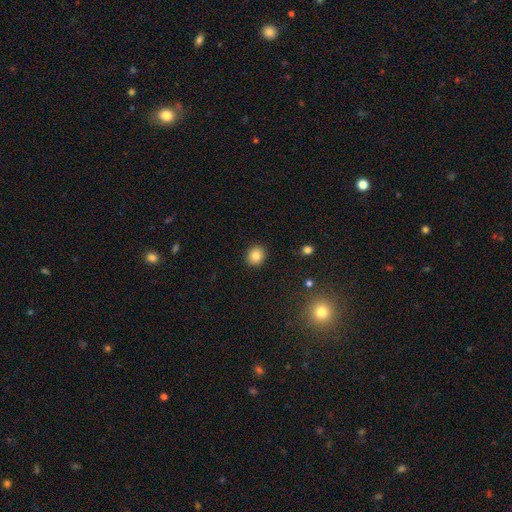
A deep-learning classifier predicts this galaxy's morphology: type=smooth (84%); roundness=round (75%); merging=none (91%).